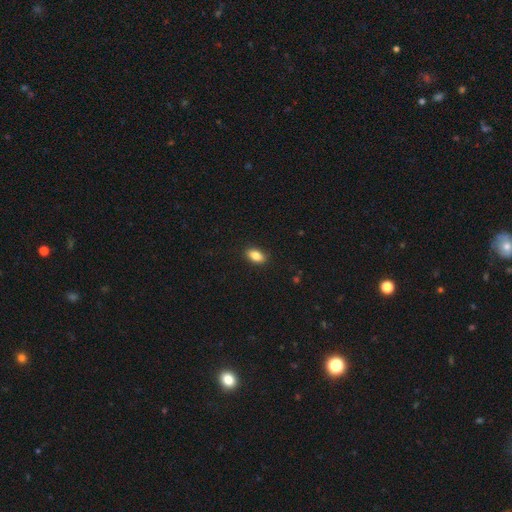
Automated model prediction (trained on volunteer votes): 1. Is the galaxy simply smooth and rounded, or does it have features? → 85% smooth, 8% star or artifact, 7% featured or disk.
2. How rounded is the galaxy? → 90% in between, 6% round, 4% cigar-shaped.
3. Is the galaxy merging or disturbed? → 89% none, 8% minor disturbance, 2% major disturbance, 1% merger.